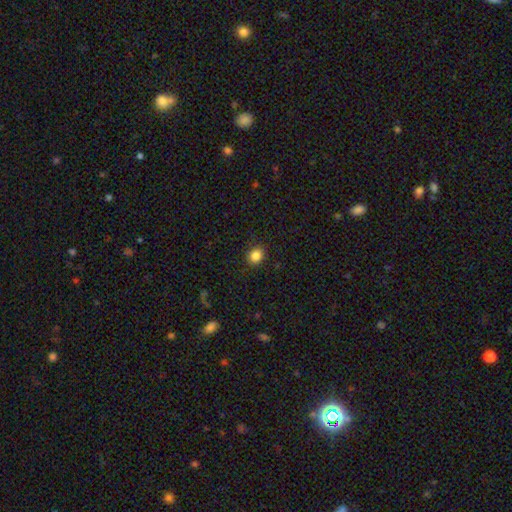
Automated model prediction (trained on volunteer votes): smooth-or-featured: smooth: 85% | star or artifact: 10% | featured or disk: 4%
  how-rounded: round: 71% | in between: 28% | cigar-shaped: 1%
  merging: none: 89% | minor disturbance: 8% | major disturbance: 2% | merger: 1%